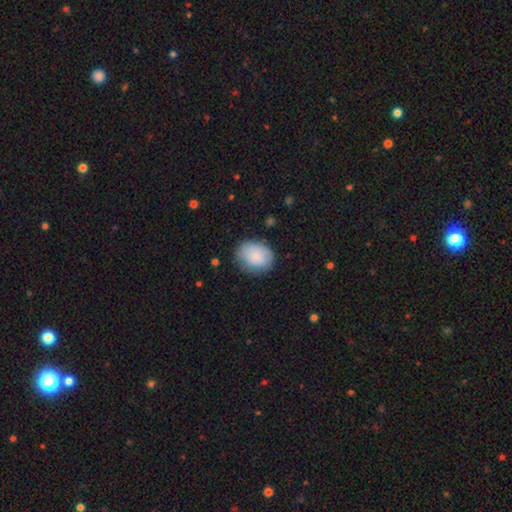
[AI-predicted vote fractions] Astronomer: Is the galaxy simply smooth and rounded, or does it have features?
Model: smooth — 81%.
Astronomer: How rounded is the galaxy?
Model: in between — 55% (runner-up: round, 44%).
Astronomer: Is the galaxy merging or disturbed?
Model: none — 76%.